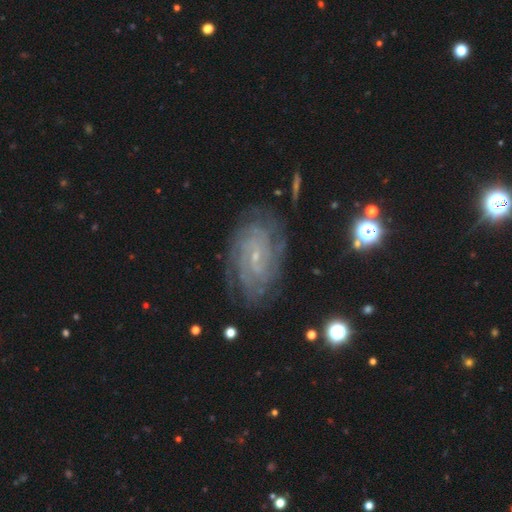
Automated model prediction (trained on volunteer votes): smooth-or-featured: featured or disk: 84% | star or artifact: 8% | smooth: 8%
  disk-edge-on: no: 96% | yes: 4%
    bar: no: 56% | weak: 35% | strong: 9%
    has-spiral-arms: yes: 96% | no: 4%
      spiral-winding: tight: 74% | medium: 21% | loose: 5%
      spiral-arm-count: can't tell: 37% | 4: 16% | 2: 15% | 3: 12% | more than 4: 12% | 1: 8%
    bulge-size: small: 85% | moderate: 9% | none: 4% | large: 1% | dominant: 1%
  merging: none: 79% | minor disturbance: 14% | major disturbance: 5% | merger: 2%